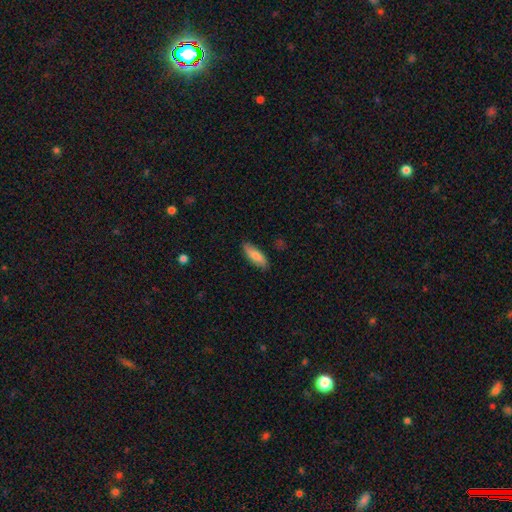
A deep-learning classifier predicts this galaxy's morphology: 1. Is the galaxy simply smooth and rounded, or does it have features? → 80% smooth, 14% featured or disk, 6% star or artifact.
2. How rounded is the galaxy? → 61% in between, 37% cigar-shaped, 2% round.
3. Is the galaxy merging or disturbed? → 83% none, 13% minor disturbance, 2% major disturbance, 1% merger.